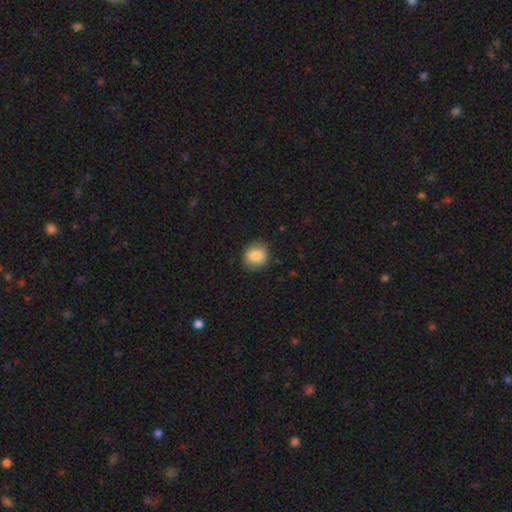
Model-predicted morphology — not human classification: The model was most divided on "how rounded": round: 79%, in between: 20%, cigar-shaped: 1%. More confident: smooth or featured — smooth (84%); merging — none (84%).